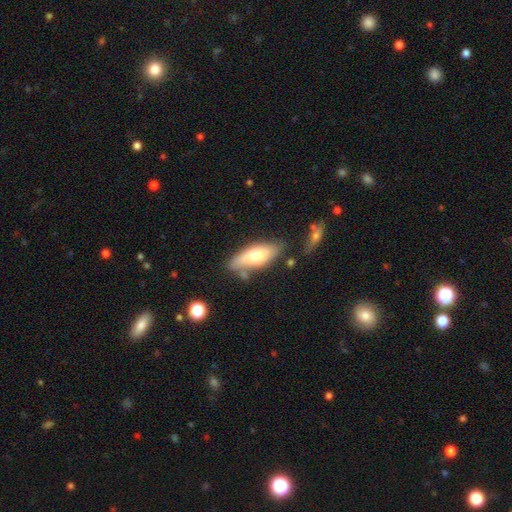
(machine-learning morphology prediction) smooth_or_featured: smooth (p=0.66) [alt: featured or disk p=0.27]
how_rounded: in between (p=0.71) [alt: cigar-shaped p=0.26]
merging: none (p=0.65) [alt: minor disturbance p=0.21]